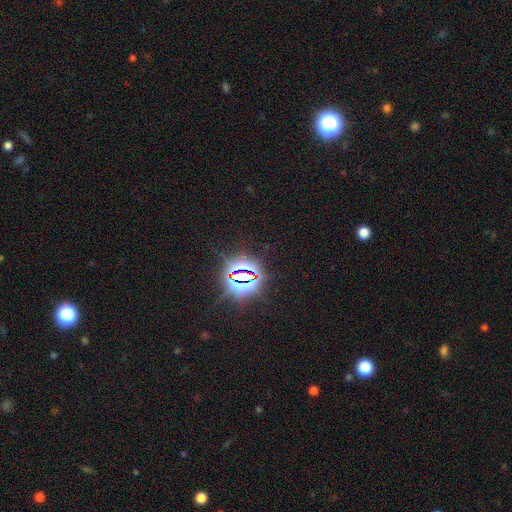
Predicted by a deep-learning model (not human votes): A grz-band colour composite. It shows a star or artifact, not a galaxy (83%).